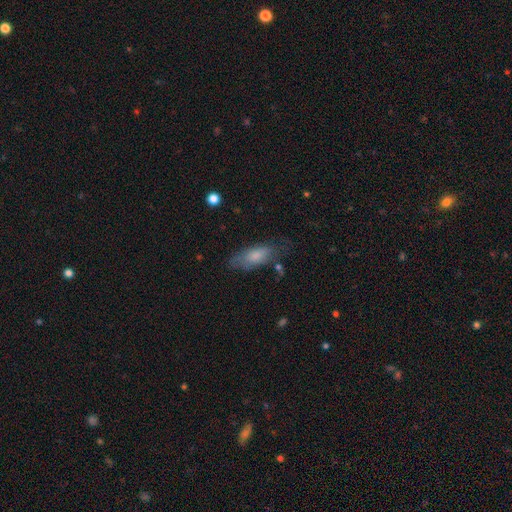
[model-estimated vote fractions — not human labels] This appears to be a smooth galaxy with no disk features (72%) that is in between round and cigar-shaped (76%). Merging: none (57%).